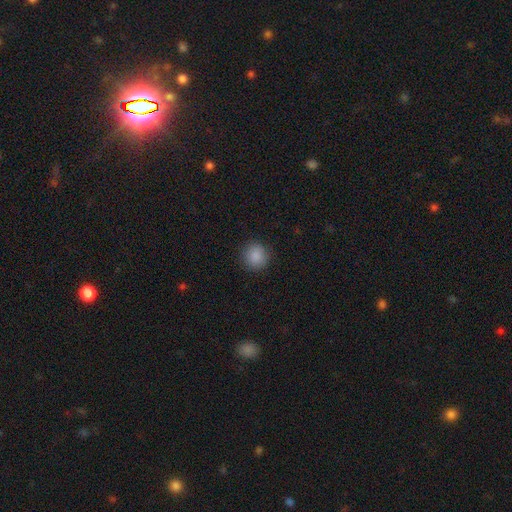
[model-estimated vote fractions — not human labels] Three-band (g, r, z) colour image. It shows a smooth galaxy with no disk features (87%) that is round (92%). Merging: none (89%).